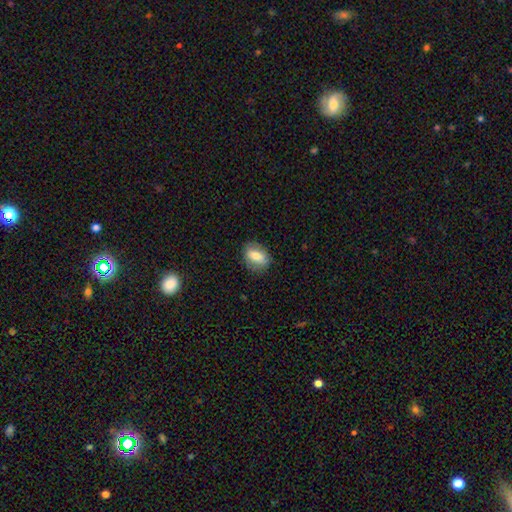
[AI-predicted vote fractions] This appears to be a smooth galaxy with no disk features (69%) that is in between round and cigar-shaped (77%). Merging: none (80%).